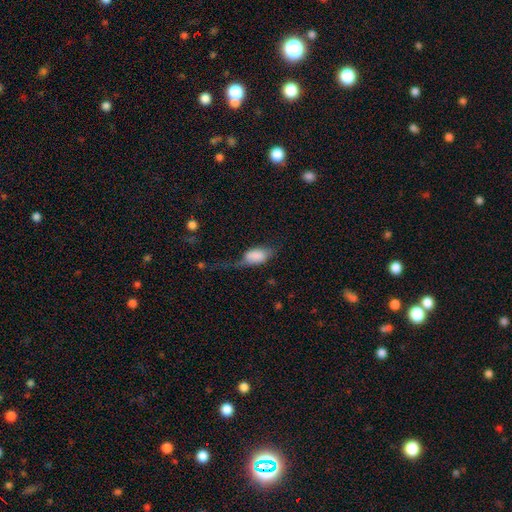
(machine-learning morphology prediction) Smooth or featured?
  - smooth: 75% *
  - featured or disk: 18%
  - star or artifact: 8%
How rounded?
  - in between: 91% *
  - round: 5%
  - cigar-shaped: 4%
Merging?
  - major disturbance: 50% *
  - minor disturbance: 24%
  - none: 20%
  - merger: 6%